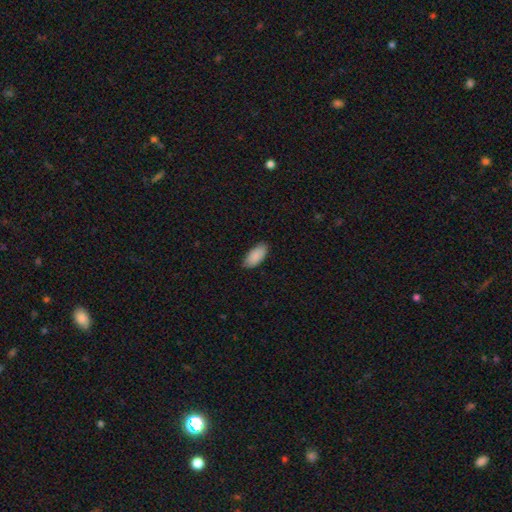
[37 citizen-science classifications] This is clearly a smooth galaxy (92%). How rounded: clearly in between (88%). Merging: likely none (72%).